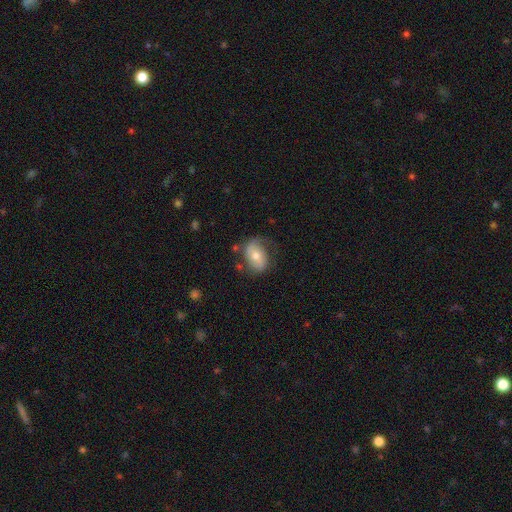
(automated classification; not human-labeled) Overall: smooth (50%; featured or disk 43%). Merging: none (56%; minor disturbance 27%).